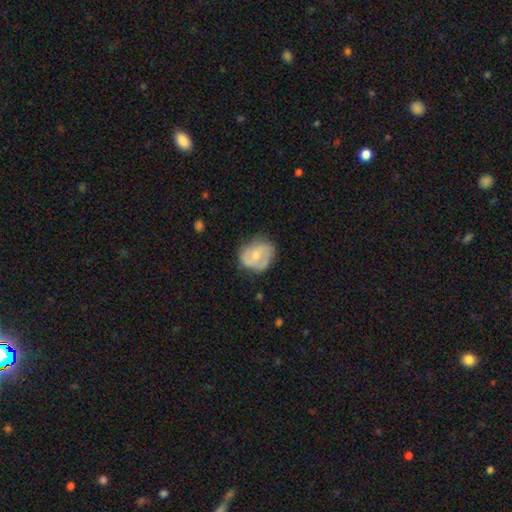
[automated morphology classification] This is possibly a featured or disk galaxy (54%). It is clearly not viewed edge-on (97%). Bar: possibly no (60%). Spiral arm pattern: likely yes (76%). Central bulge: possibly moderate (47%). Merging: possibly none (60%).